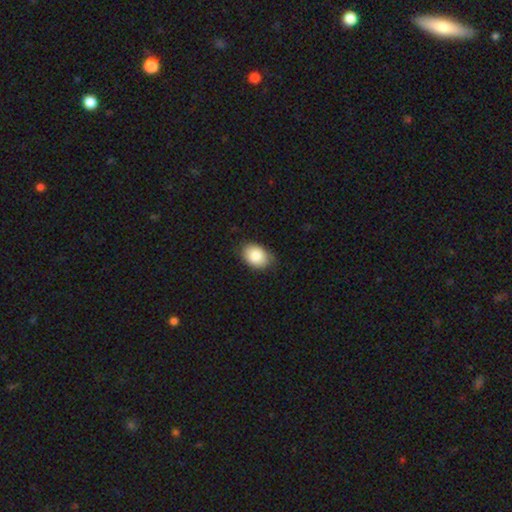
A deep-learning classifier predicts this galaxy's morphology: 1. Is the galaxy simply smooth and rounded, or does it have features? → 85% smooth, 8% featured or disk, 7% star or artifact.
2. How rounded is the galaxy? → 78% in between, 21% round, 1% cigar-shaped.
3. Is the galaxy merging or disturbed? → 79% none, 17% minor disturbance, 3% major disturbance, 1% merger.